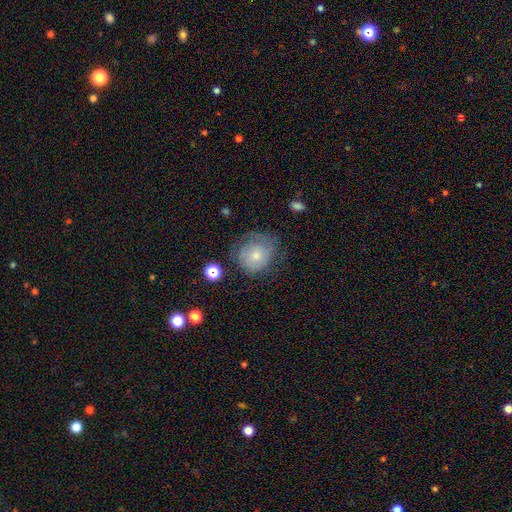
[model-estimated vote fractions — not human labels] A smooth galaxy with no disk features (52%) that is round (78%).

Vote fractions:
- Smooth or featured? smooth: 52% / featured or disk: 39% / star or artifact: 9%
- How rounded? round: 78% / in between: 21% / cigar-shaped: 1%
- Merging? none: 53% / minor disturbance: 27% / major disturbance: 17% / merger: 2%